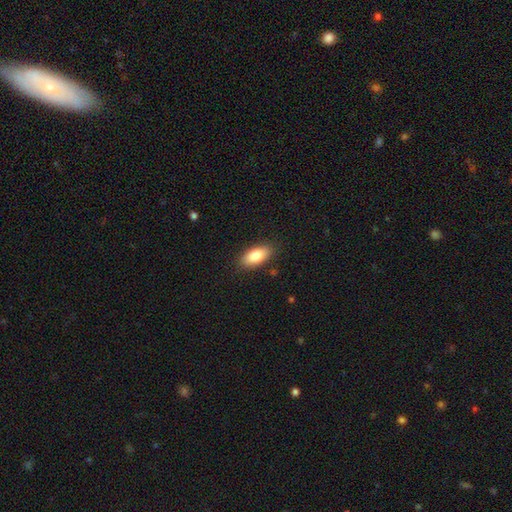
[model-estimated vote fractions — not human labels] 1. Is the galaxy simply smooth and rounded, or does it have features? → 84% smooth, 9% featured or disk, 6% star or artifact.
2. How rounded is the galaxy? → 87% in between, 10% cigar-shaped, 3% round.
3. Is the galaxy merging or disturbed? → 87% none, 10% minor disturbance, 2% major disturbance, 1% merger.